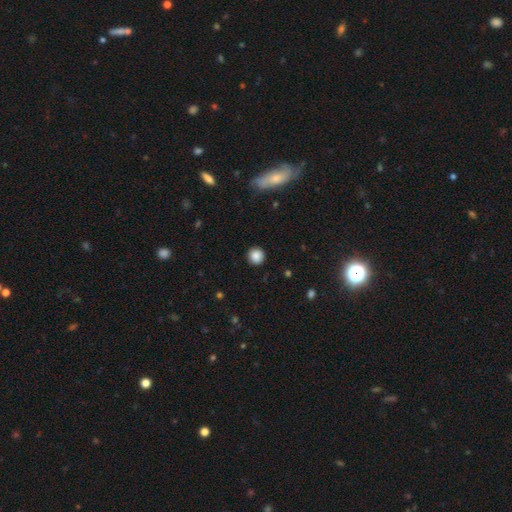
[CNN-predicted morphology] A smooth galaxy with no disk features (87%) that is round (93%). Merging: none (91%).